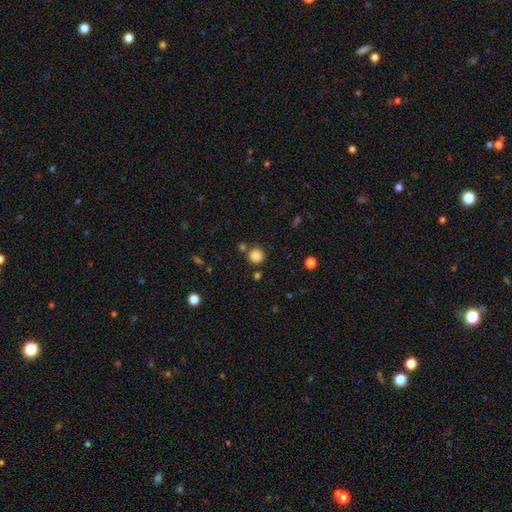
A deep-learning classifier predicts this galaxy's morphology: Q: Smooth or featured?
A: smooth (85%); runner-up: star or artifact (11%)
Q: How rounded?
A: round (93%); runner-up: in between (6%)
Q: Merging?
A: none (78%); runner-up: merger (10%)